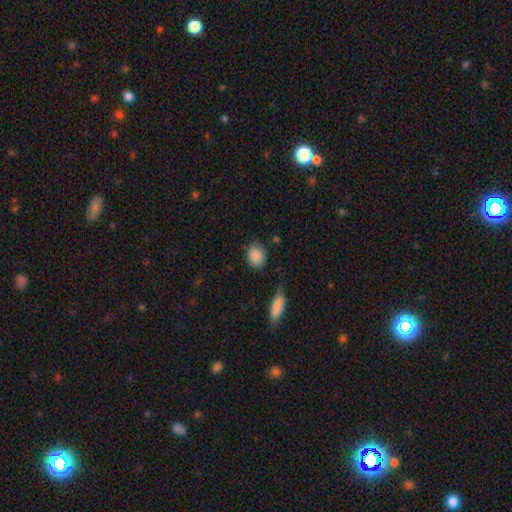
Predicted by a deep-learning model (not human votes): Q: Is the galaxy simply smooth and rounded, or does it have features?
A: smooth — 87%.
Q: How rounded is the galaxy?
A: round — 61%.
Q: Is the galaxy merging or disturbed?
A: none — 74%.